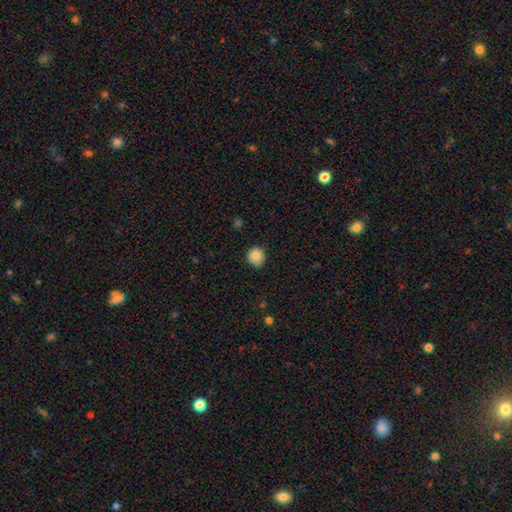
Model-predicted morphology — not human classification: This is clearly a smooth galaxy (86%). How rounded: clearly round (93%). Merging: clearly none (83%).